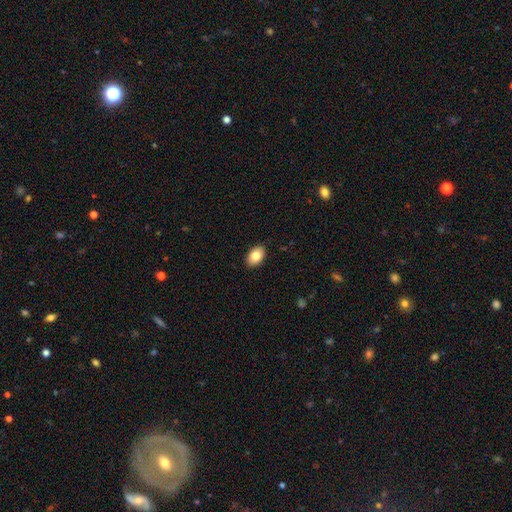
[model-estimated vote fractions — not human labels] smooth-or-featured: smooth: 83% | featured or disk: 9% | star or artifact: 8%
  how-rounded: in between: 87% | round: 11% | cigar-shaped: 1%
  merging: none: 89% | minor disturbance: 8% | major disturbance: 2% | merger: 1%